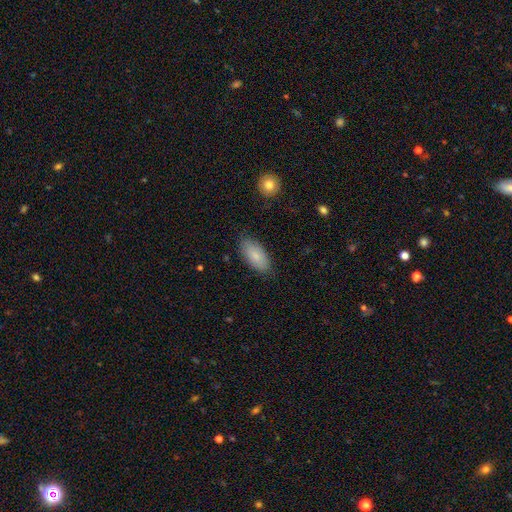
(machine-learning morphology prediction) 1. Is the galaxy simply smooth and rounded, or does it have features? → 82% smooth, 11% featured or disk, 6% star or artifact.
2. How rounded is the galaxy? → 91% in between, 7% cigar-shaped, 2% round.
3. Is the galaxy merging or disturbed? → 82% none, 14% minor disturbance, 3% major disturbance, 1% merger.